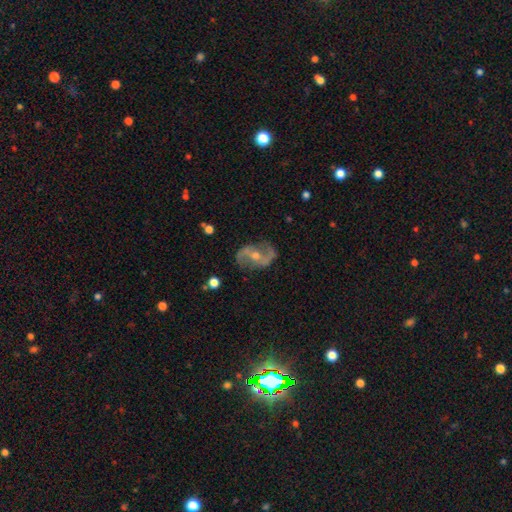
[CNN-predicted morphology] Smooth or featured: featured or disk — 86% (star or artifact — 7%)
Edge-on disk: no — 96% (yes — 4%)
Bar: no — 43% (weak — 37%)
Spiral arms: yes — 93% (no — 7%)
Spiral winding: loose — 45% (medium — 41%)
Spiral arm count: 2 — 92% (can't tell — 3%)
Bulge size: moderate — 56% (small — 39%)
Merging: none — 80% (minor disturbance — 13%)